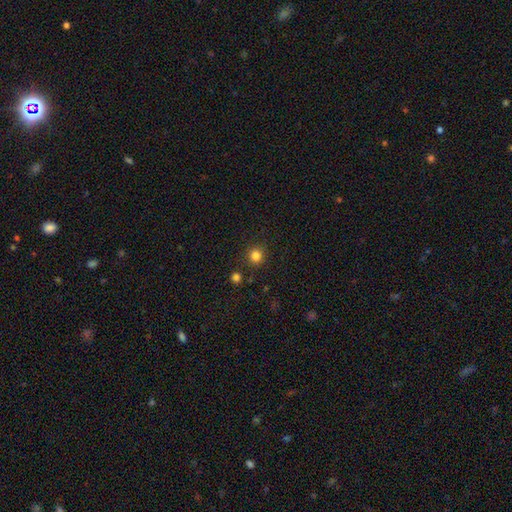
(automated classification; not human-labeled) Smooth or featured?
  - smooth: 83% *
  - star or artifact: 13%
  - featured or disk: 4%
How rounded?
  - round: 93% *
  - in between: 6%
  - cigar-shaped: 1%
Merging?
  - none: 88% *
  - minor disturbance: 6%
  - merger: 3%
  - major disturbance: 2%